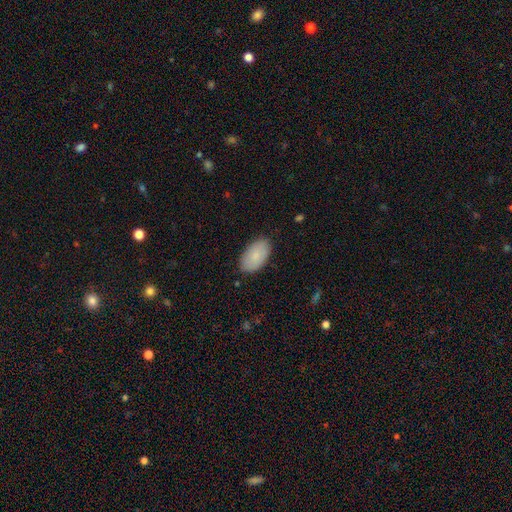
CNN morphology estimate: A smooth galaxy with no disk features (84%) that is in between round and cigar-shaped (95%). Merging: none (84%).